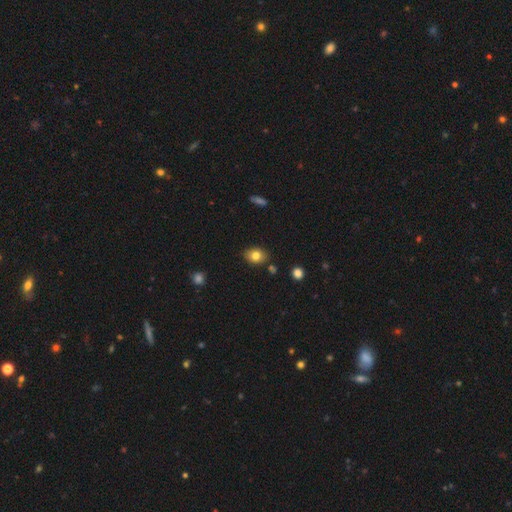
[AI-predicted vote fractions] Smooth or featured?
  - smooth: 79% *
  - featured or disk: 11%
  - star or artifact: 10%
How rounded?
  - in between: 65% *
  - round: 34%
  - cigar-shaped: 1%
Merging?
  - none: 84% *
  - minor disturbance: 11%
  - merger: 3%
  - major disturbance: 2%